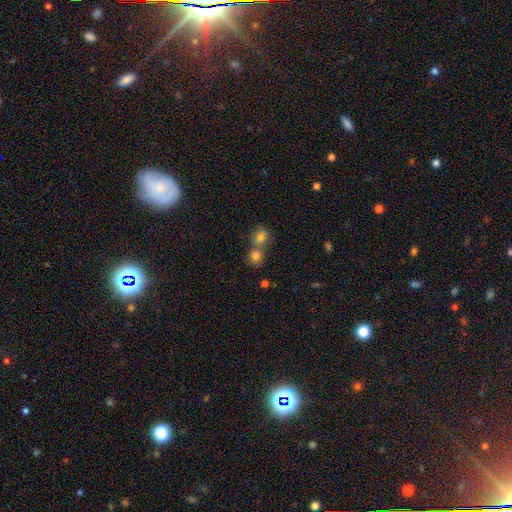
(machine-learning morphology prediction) smooth_or_featured: smooth (p=0.80) [alt: star or artifact p=0.12]
how_rounded: round (p=0.75) [alt: in between p=0.23]
merging: merger (p=0.52) [alt: none p=0.40]